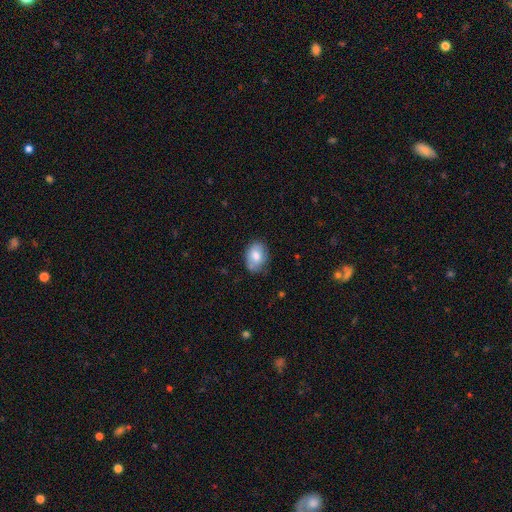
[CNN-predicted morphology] Smooth or featured? smooth (73%)
How rounded? in between (76%)
Merging? none (69%)